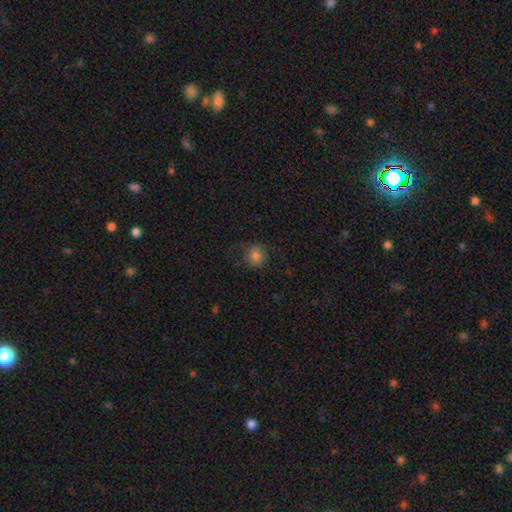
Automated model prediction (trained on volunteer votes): Smooth or featured?
  - smooth: 81% *
  - star or artifact: 12%
  - featured or disk: 7%
How rounded?
  - round: 78% *
  - in between: 21%
  - cigar-shaped: 1%
Merging?
  - none: 76% *
  - minor disturbance: 17%
  - major disturbance: 6%
  - merger: 1%